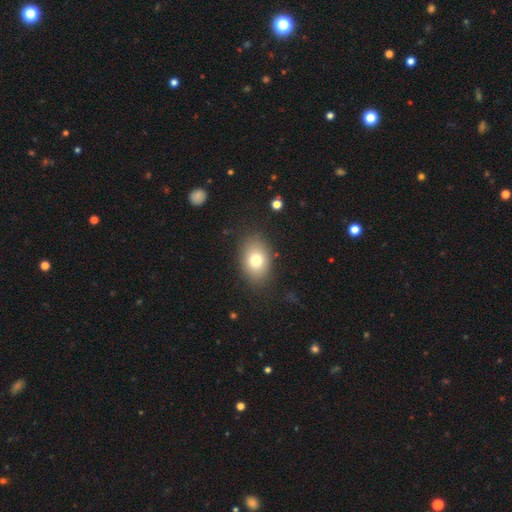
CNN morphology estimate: This appears to be a smooth galaxy with no disk features (73%) that is in between round and cigar-shaped (76%). Merging: none (88%).